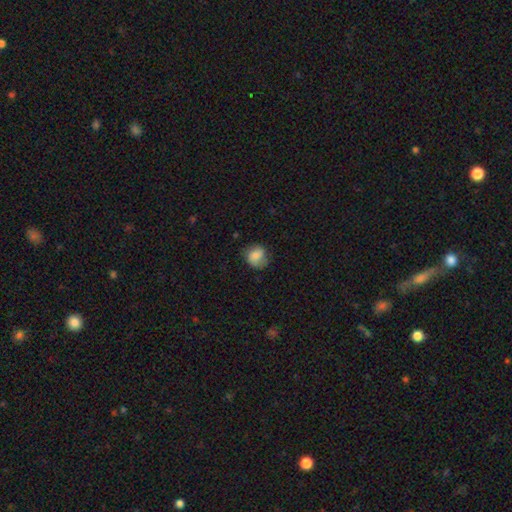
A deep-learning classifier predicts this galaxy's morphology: A smooth galaxy with no disk features (67%) that is round (67%).

Vote fractions:
- Smooth or featured? smooth: 67% / featured or disk: 25% / star or artifact: 9%
- How rounded? round: 67% / in between: 32% / cigar-shaped: 1%
- Merging? none: 62% / minor disturbance: 26% / major disturbance: 11% / merger: 1%